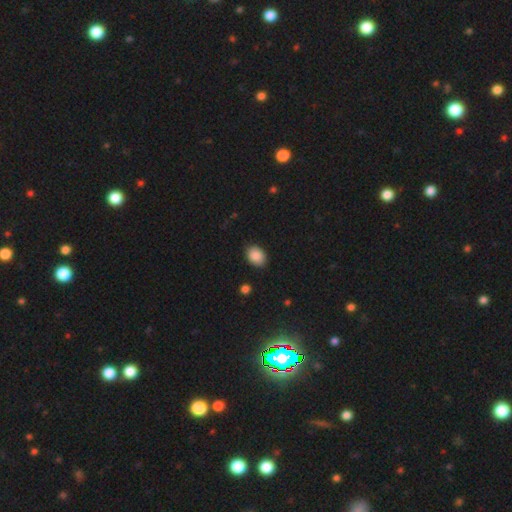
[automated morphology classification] A smooth galaxy with no disk features (89%) that is in between round and cigar-shaped (73%).

Vote fractions:
- Smooth or featured? smooth: 89% / star or artifact: 8% / featured or disk: 3%
- How rounded? in between: 73% / round: 26% / cigar-shaped: 1%
- Merging? none: 87% / minor disturbance: 10% / major disturbance: 2% / merger: 1%